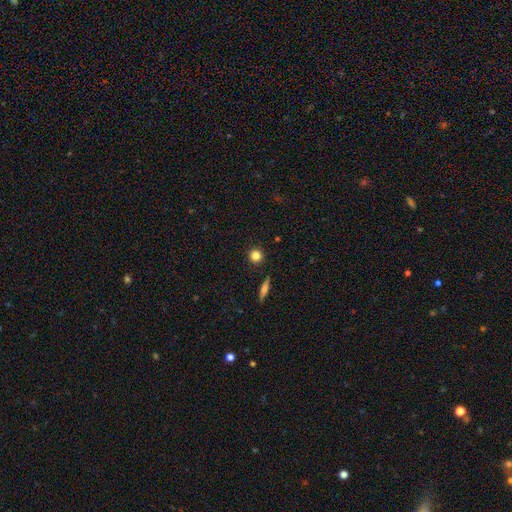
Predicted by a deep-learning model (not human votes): smooth-or-featured: smooth: 82% | star or artifact: 11% | featured or disk: 6%
  how-rounded: round: 92% | in between: 7% | cigar-shaped: 2%
  merging: none: 90% | minor disturbance: 6% | major disturbance: 2% | merger: 2%